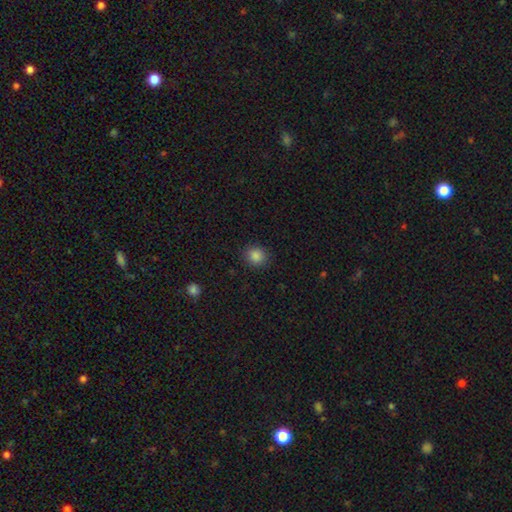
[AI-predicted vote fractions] smooth-or-featured: smooth: 85% | star or artifact: 11% | featured or disk: 4%
  how-rounded: round: 83% | in between: 16% | cigar-shaped: 1%
  merging: none: 90% | minor disturbance: 7% | major disturbance: 2% | merger: 1%